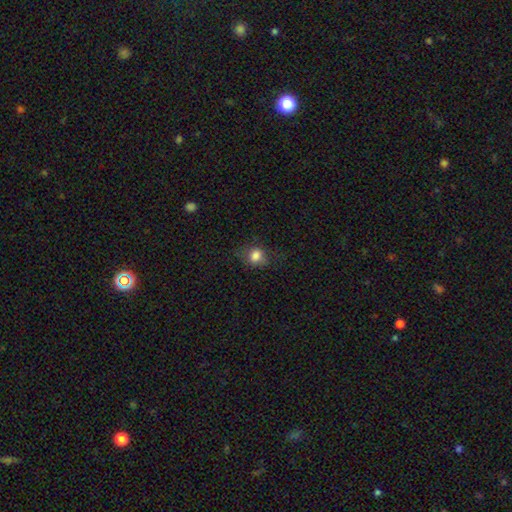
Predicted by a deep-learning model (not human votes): Smooth or featured? smooth (82%)
How rounded? round (65%)
Merging? none (71%)